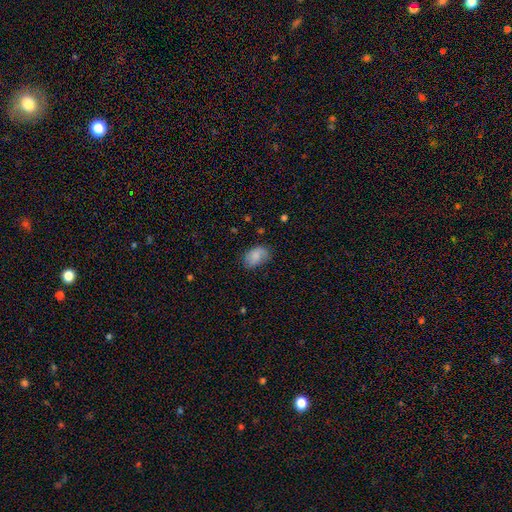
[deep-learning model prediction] smooth_or_featured: smooth (p=0.82) [alt: featured or disk p=0.10]
how_rounded: in between (p=0.87) [alt: round p=0.12]
merging: none (p=0.71) [alt: minor disturbance p=0.22]